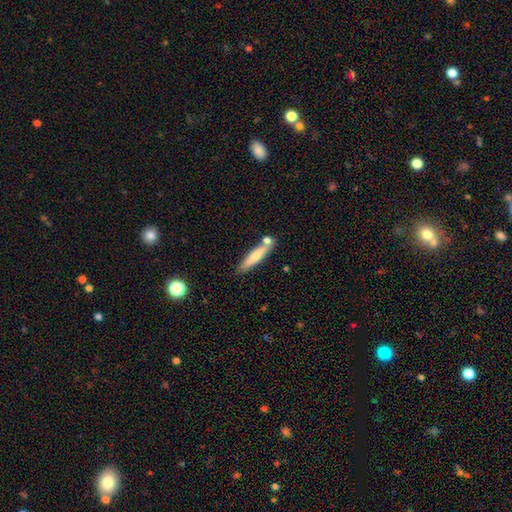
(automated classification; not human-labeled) Smooth or featured? Predicted: smooth (p=0.67). How rounded? Predicted: cigar-shaped (p=0.85). Merging? Predicted: none (p=0.68).